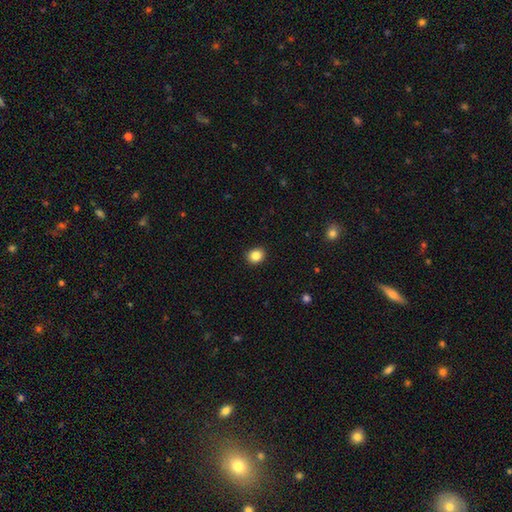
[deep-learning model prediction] Smooth or featured? Predicted: smooth (p=0.85). How rounded? Predicted: round (p=0.69). Merging? Predicted: none (p=0.91).